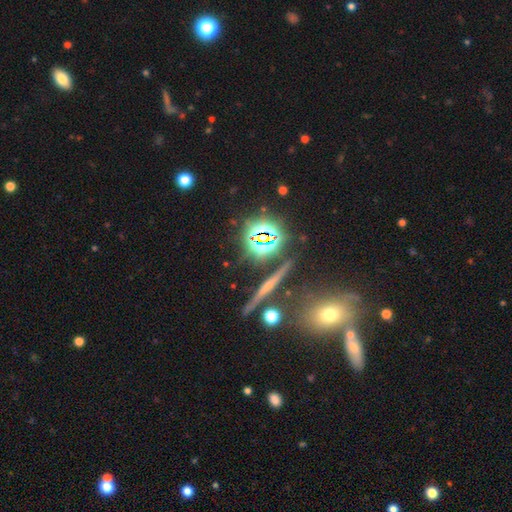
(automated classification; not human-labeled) Smooth or featured: star or artifact — 69% (featured or disk — 17%)